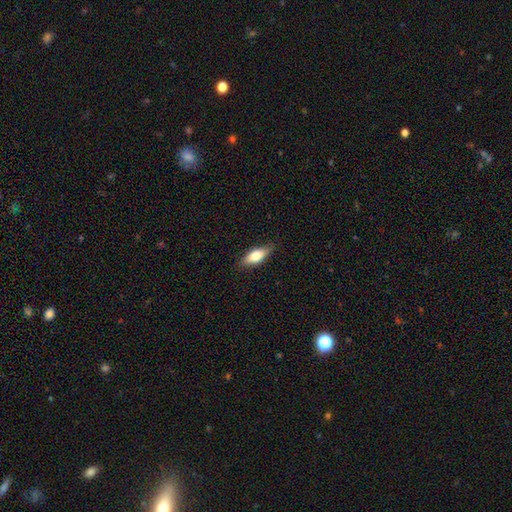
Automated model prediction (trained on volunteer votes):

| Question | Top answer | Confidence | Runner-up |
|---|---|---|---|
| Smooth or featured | smooth | 73% | featured or disk (21%) |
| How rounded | in between | 73% | cigar-shaped (24%) |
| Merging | none | 84% | minor disturbance (12%) |